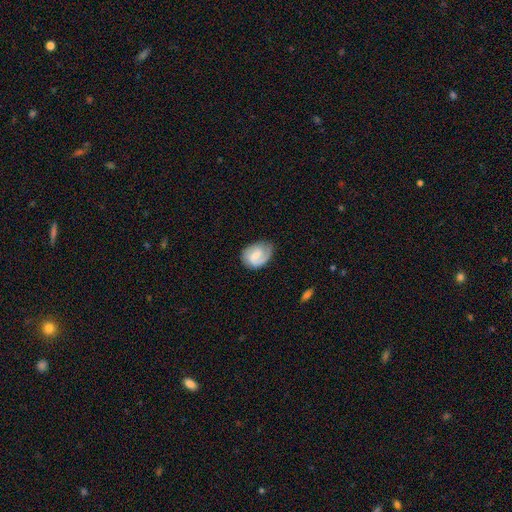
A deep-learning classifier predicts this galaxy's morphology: featured or disk 70%, smooth 24%, star or artifact 6%. Down the decision tree: edge-on disk — no (98%); bar — weak (55%); spiral arms — yes (93%); spiral arm count — 2 (54%); spiral winding — medium (42%); bulge size — small (41%); merging — none (68%).